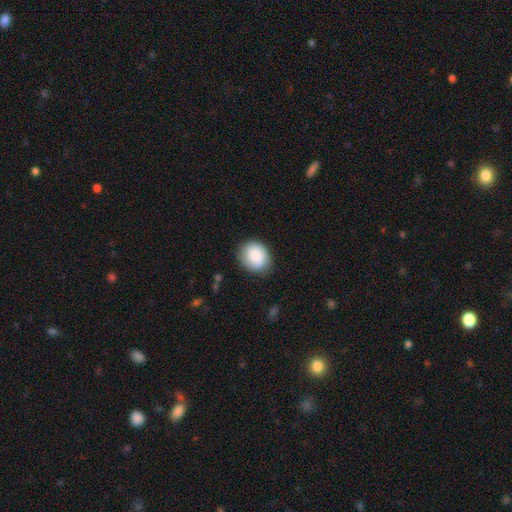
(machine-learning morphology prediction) Smooth or featured: smooth — 80% (featured or disk — 13%)
How rounded: round — 57% (in between — 42%)
Merging: none — 81% (minor disturbance — 15%)